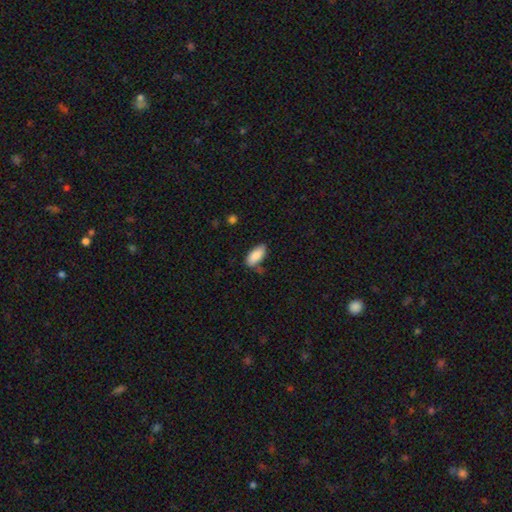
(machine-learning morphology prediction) A smooth galaxy with no disk features (86%) that is in between round and cigar-shaped (89%). Merging: none (71%).